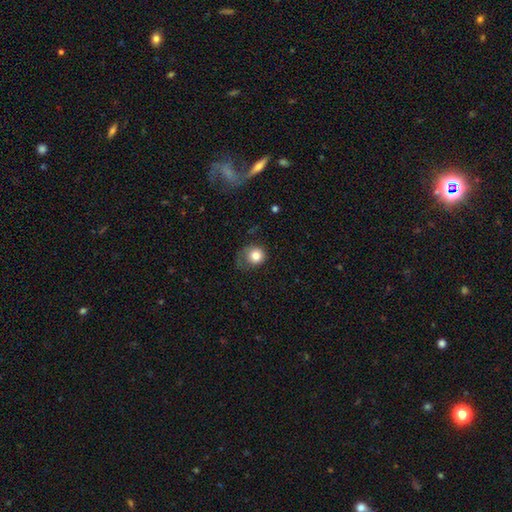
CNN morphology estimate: Overall: smooth (81%). How rounded: round (80%). Merging: none (49%; minor disturbance 31%).